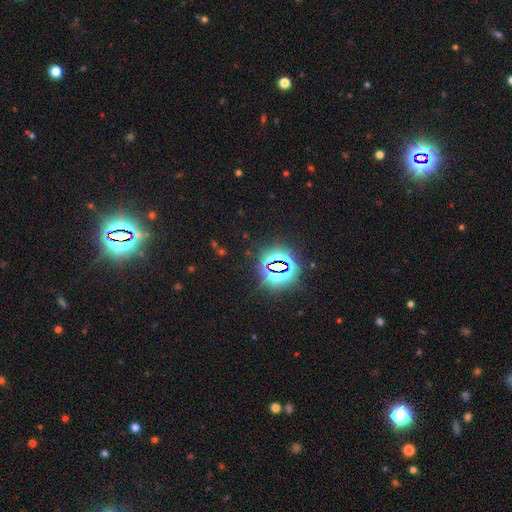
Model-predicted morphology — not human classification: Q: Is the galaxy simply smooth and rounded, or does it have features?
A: star or artifact — 82%.